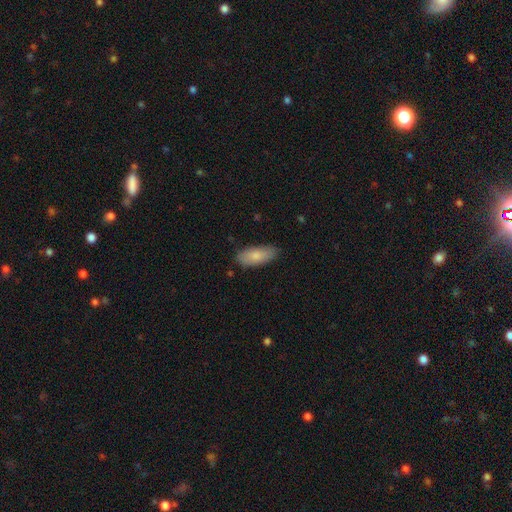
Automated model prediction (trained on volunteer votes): A smooth galaxy with no disk features (82%) that is in between round and cigar-shaped (79%).

Vote fractions:
- Smooth or featured? smooth: 82% / featured or disk: 12% / star or artifact: 6%
- How rounded? in between: 79% / cigar-shaped: 19% / round: 2%
- Merging? none: 82% / minor disturbance: 14% / major disturbance: 3% / merger: 1%